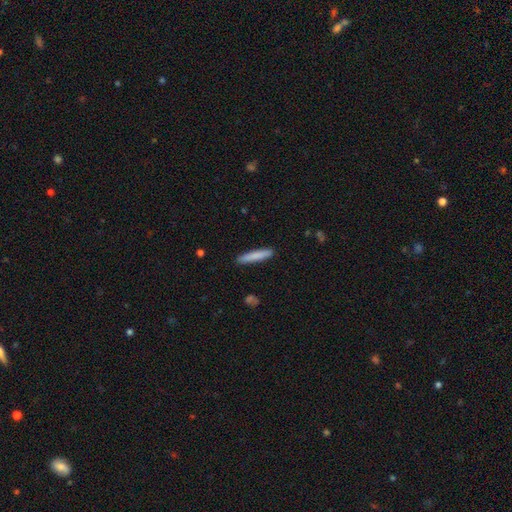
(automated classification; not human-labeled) Smooth or featured? smooth (82%)
How rounded? cigar-shaped (93%)
Merging? none (91%)